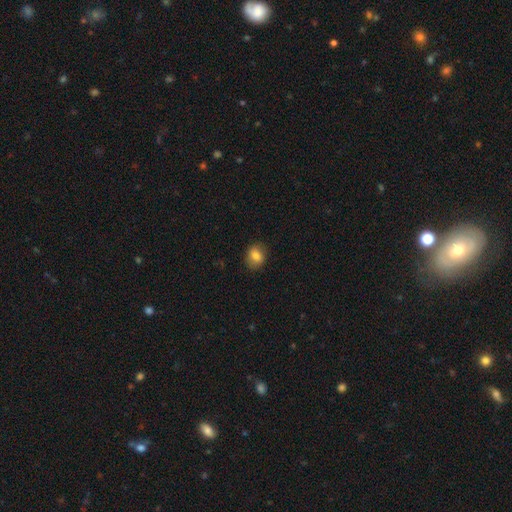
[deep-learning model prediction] This is clearly a smooth galaxy (80%). How rounded: possibly round (50%). Merging: clearly none (84%).